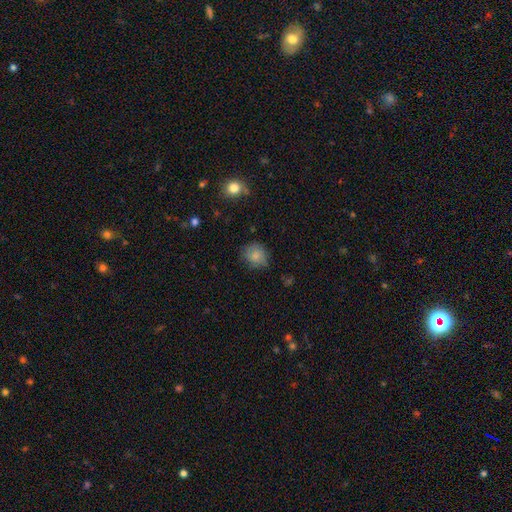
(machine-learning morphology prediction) Q: Smooth or featured?
A: smooth (81%); runner-up: star or artifact (9%)
Q: How rounded?
A: round (78%); runner-up: in between (21%)
Q: Merging?
A: none (71%); runner-up: minor disturbance (23%)